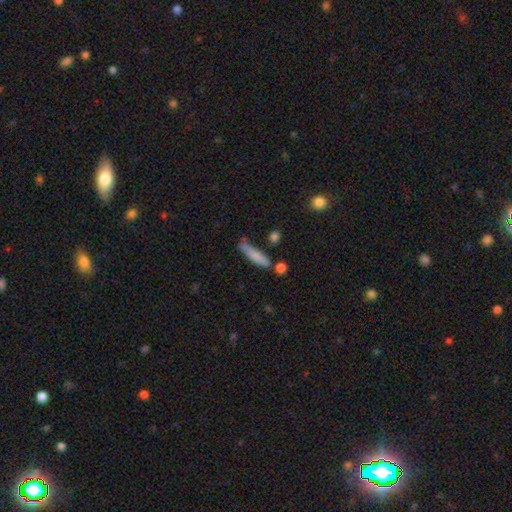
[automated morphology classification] A smooth galaxy with no disk features (78%) that is cigar-shaped (84%). Merging: none (64%).